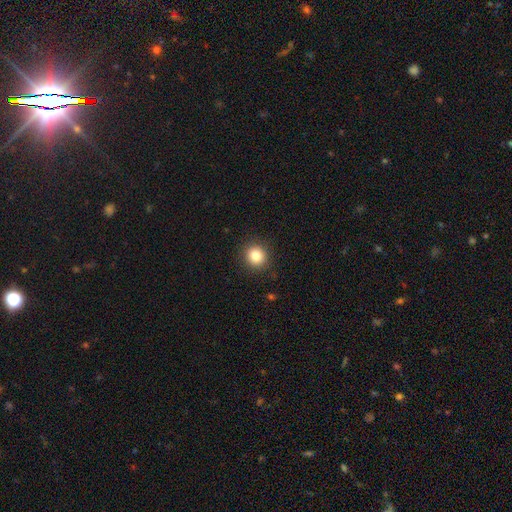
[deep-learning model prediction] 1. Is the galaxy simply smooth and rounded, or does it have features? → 83% smooth, 11% star or artifact, 6% featured or disk.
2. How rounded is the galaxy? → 90% round, 9% in between, 1% cigar-shaped.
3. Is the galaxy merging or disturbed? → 91% none, 6% minor disturbance, 2% major disturbance, 1% merger.